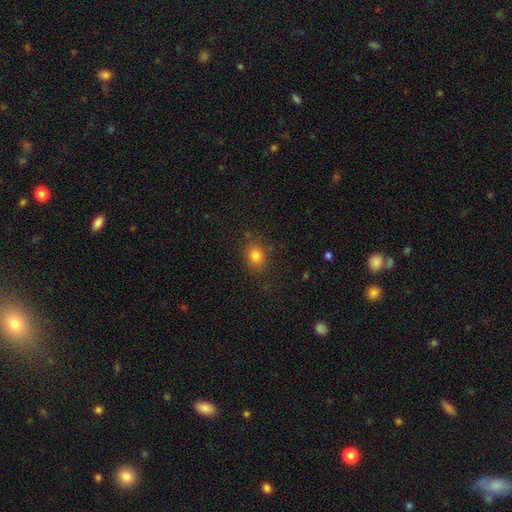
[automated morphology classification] A smooth galaxy with no disk features (81%) that is round (59%). Merging: none (80%).